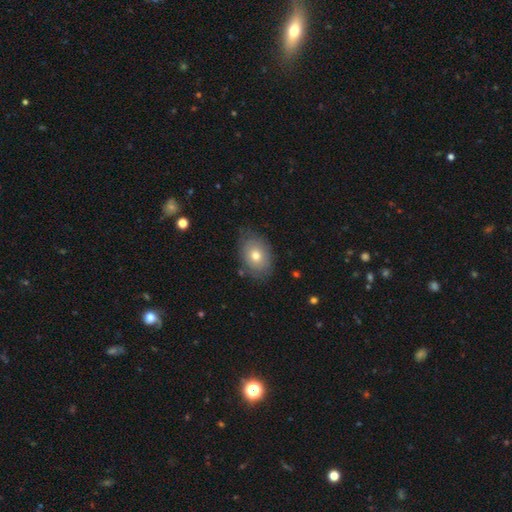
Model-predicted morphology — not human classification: Q: Smooth or featured?
A: smooth (72%); runner-up: featured or disk (20%)
Q: How rounded?
A: in between (75%); runner-up: round (24%)
Q: Merging?
A: none (75%); runner-up: minor disturbance (19%)